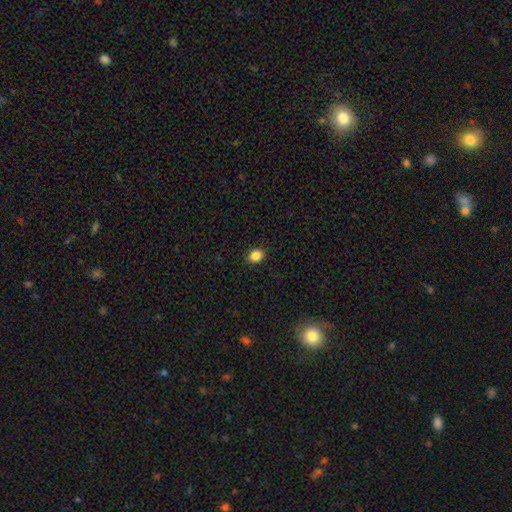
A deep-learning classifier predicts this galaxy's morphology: Q: Smooth or featured?
A: smooth (86%); runner-up: star or artifact (10%)
Q: How rounded?
A: round (52%); runner-up: in between (47%)
Q: Merging?
A: none (90%); runner-up: minor disturbance (7%)